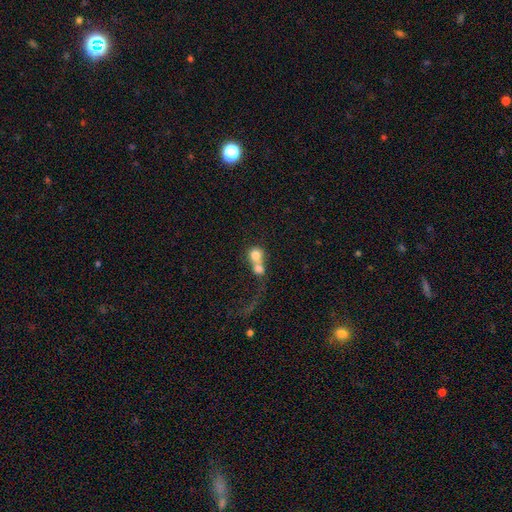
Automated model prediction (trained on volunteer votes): Morphology: type=smooth (73%); roundness=round (79%); merging=merger (71%).